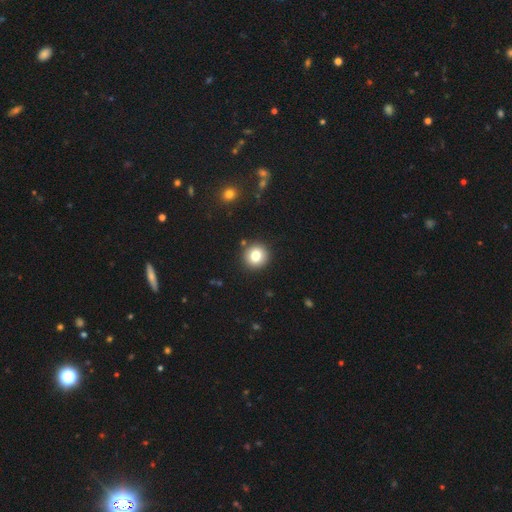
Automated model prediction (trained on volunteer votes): A smooth galaxy with no disk features (79%) that is round (92%). Merging: none (89%).